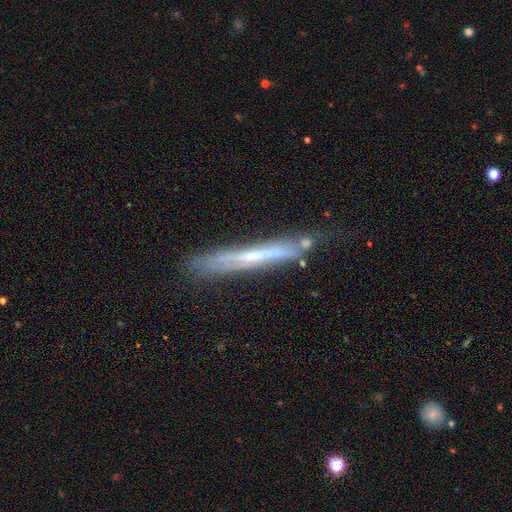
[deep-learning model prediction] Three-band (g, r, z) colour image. It shows a featured or disk galaxy (59%) viewed edge-on (87%) with no central bulge (73%). Merging: none (67%).